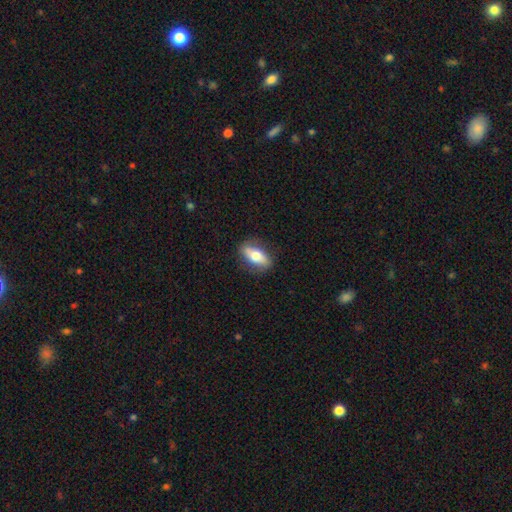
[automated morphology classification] A smooth galaxy with no disk features (61%) that is in between round and cigar-shaped (79%).

Vote fractions:
- Smooth or featured? smooth: 61% / featured or disk: 32% / star or artifact: 6%
- How rounded? in between: 79% / cigar-shaped: 15% / round: 6%
- Merging? none: 84% / minor disturbance: 12% / major disturbance: 3% / merger: 1%